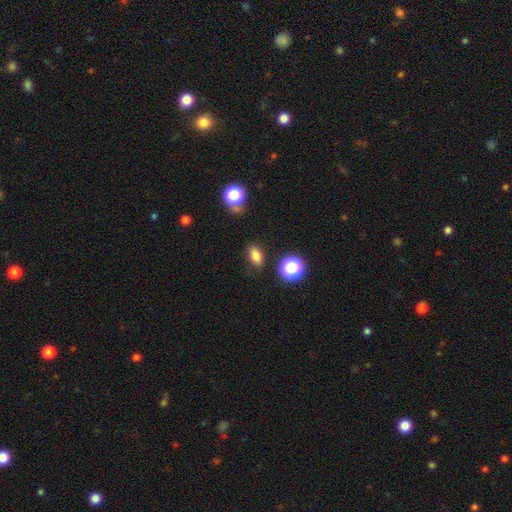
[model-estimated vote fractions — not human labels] Smooth or featured? Predicted: smooth (p=0.80). How rounded? Predicted: in between (p=0.81). Merging? Predicted: none (p=0.82).